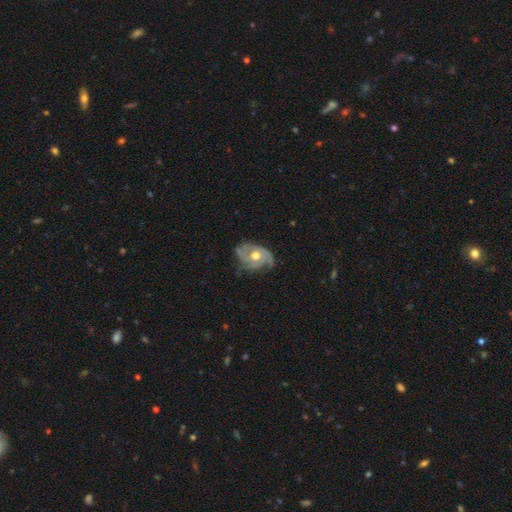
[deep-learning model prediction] smooth_or_featured: featured or disk (p=0.78) [alt: smooth p=0.17]
disk_edge_on: no (p=0.96) [alt: yes p=0.04]
bar: no (p=0.80) [alt: weak p=0.16]
has_spiral_arms: yes (p=0.84) [alt: no p=0.16]
spiral_winding: tight (p=0.46) [alt: medium p=0.36]
spiral_arm_count: 2 (p=0.32) [alt: can't tell p=0.26]
bulge_size: moderate (p=0.78) [alt: large p=0.11]
merging: none (p=0.52) [alt: minor disturbance p=0.30]